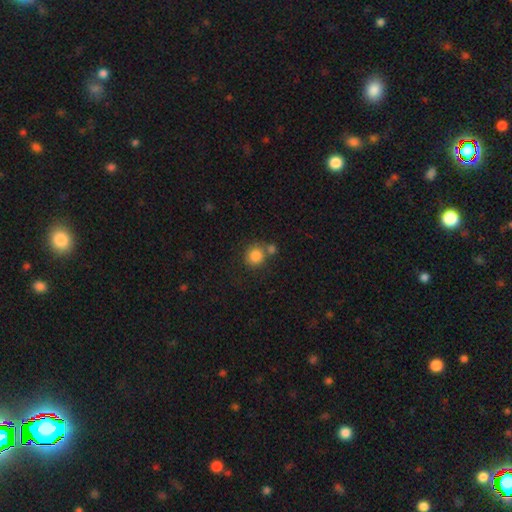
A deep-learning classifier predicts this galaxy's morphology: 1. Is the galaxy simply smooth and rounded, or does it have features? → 85% smooth, 9% star or artifact, 6% featured or disk.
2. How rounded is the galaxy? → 88% round, 11% in between, 1% cigar-shaped.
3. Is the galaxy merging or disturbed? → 60% none, 26% merger, 10% minor disturbance, 4% major disturbance.